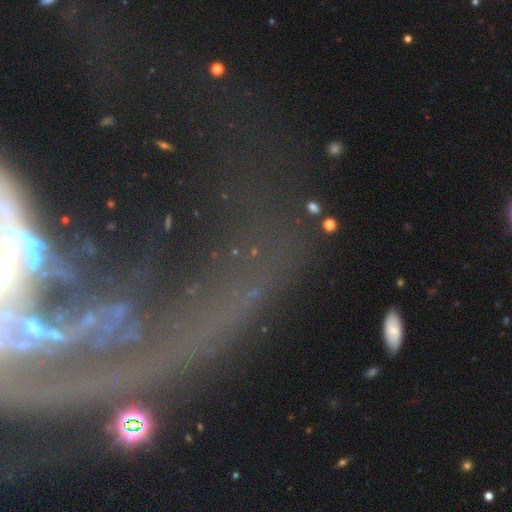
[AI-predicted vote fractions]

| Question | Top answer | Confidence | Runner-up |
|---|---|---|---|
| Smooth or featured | featured or disk | 45% | star or artifact (33%) |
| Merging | none | 51% | major disturbance (21%) |